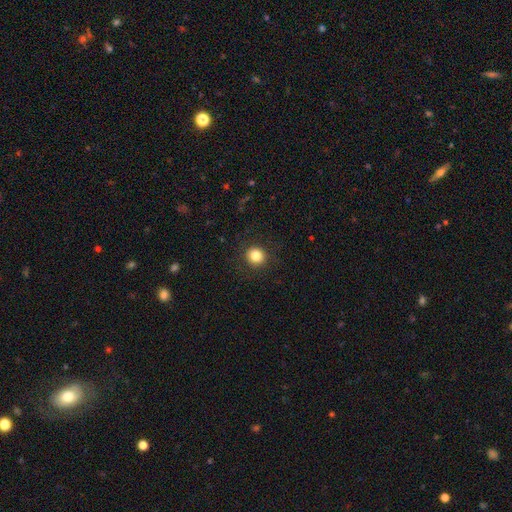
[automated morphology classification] smooth_or_featured: smooth (p=0.84) [alt: star or artifact p=0.11]
how_rounded: round (p=0.93) [alt: in between p=0.06]
merging: none (p=0.91) [alt: minor disturbance p=0.06]